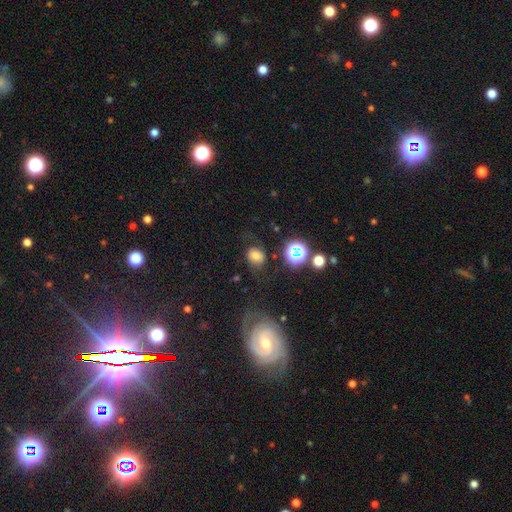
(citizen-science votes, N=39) This appears to be a smooth galaxy with no disk features (74%) that is round (79%). Merging: none (62%).